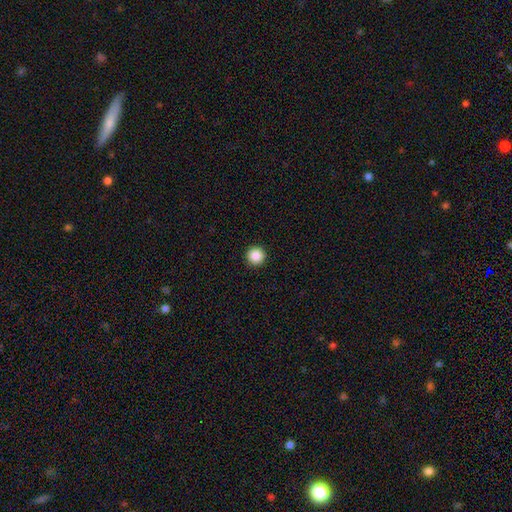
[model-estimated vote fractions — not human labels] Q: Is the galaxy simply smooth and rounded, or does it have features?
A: smooth — 88%.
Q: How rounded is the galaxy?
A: round — 97%.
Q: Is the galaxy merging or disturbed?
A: none — 94%.